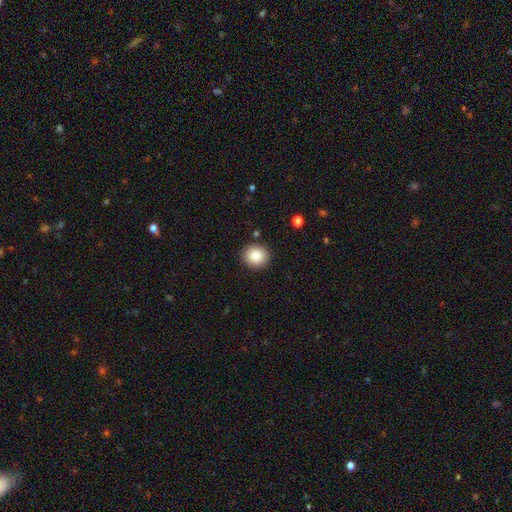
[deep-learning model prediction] smooth-or-featured: smooth: 86% | star or artifact: 9% | featured or disk: 5%
  how-rounded: round: 84% | in between: 15% | cigar-shaped: 1%
  merging: none: 90% | minor disturbance: 7% | major disturbance: 2% | merger: 2%